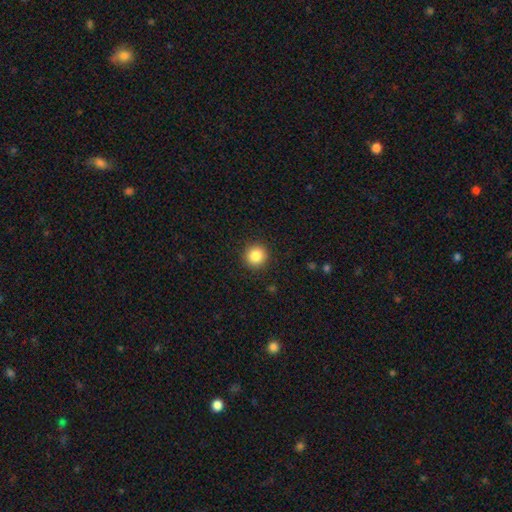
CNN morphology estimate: Smooth or featured: smooth — 86% (star or artifact — 10%)
How rounded: round — 93% (in between — 6%)
Merging: none — 91% (minor disturbance — 6%)